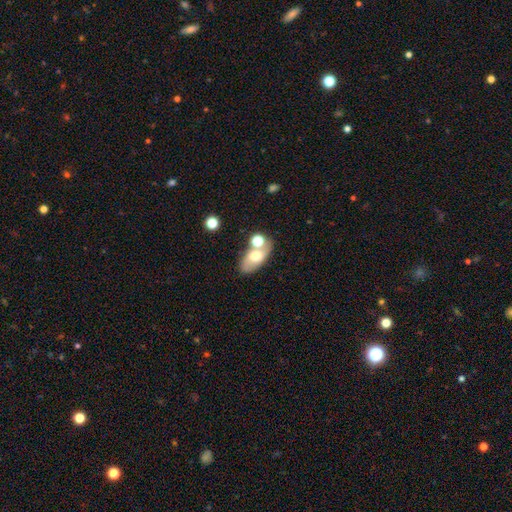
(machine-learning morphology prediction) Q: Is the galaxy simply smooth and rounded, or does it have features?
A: smooth — 62%.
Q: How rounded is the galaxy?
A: in between — 87%.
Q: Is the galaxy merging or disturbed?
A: none — 52%.